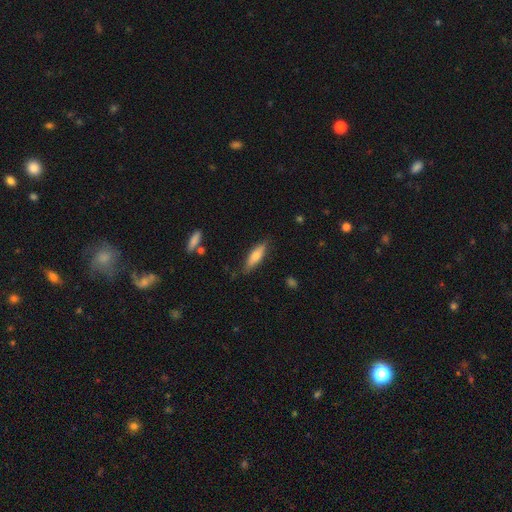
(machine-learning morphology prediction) This appears to be a smooth galaxy with no disk features (70%) that is cigar-shaped (51%). Merging: none (80%).